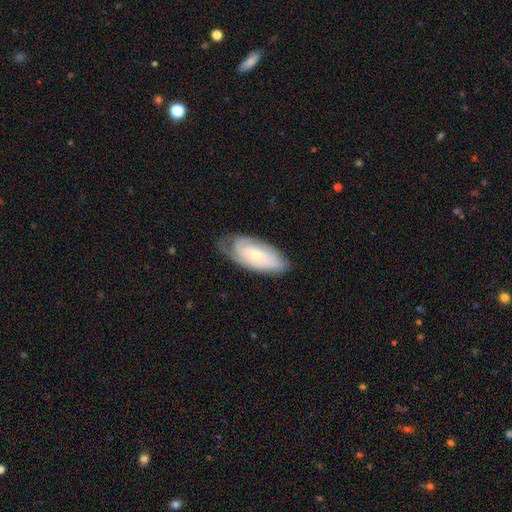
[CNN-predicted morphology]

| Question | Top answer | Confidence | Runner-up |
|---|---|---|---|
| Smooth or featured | featured or disk | 73% | smooth (22%) |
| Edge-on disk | no | 93% | yes (7%) |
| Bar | no | 72% | weak (23%) |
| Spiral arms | yes | 91% | no (9%) |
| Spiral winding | tight | 66% | medium (26%) |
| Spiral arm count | can't tell | 39% | 2 (28%) |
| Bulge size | small | 61% | moderate (36%) |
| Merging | none | 69% | minor disturbance (23%) |